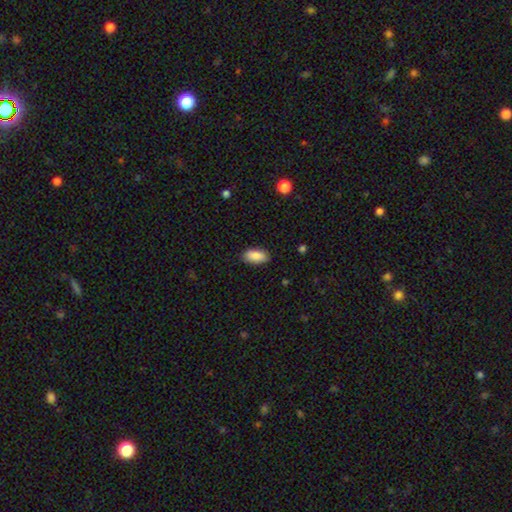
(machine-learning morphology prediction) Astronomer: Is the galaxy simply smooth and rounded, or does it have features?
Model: smooth — 87%.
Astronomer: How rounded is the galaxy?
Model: in between — 91%.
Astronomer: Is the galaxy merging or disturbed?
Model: none — 87%.